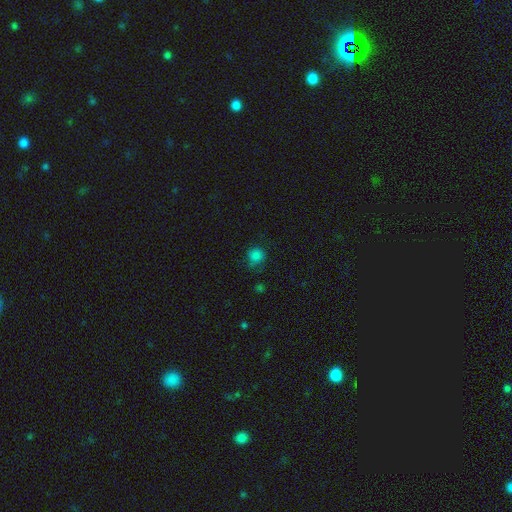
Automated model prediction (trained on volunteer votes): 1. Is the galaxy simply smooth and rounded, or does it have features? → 81% smooth, 14% star or artifact, 4% featured or disk.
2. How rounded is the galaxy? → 89% round, 10% in between, 1% cigar-shaped.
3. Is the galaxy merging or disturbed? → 71% none, 20% minor disturbance, 6% major disturbance, 3% merger.